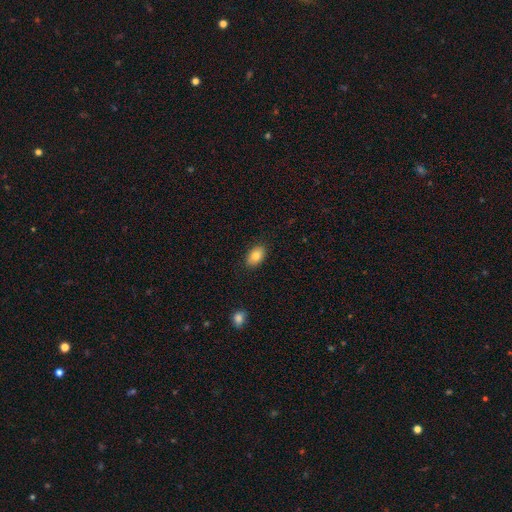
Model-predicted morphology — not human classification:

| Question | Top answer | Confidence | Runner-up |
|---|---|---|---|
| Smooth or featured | smooth | 82% | featured or disk (10%) |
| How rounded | in between | 90% | round (8%) |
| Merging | none | 87% | minor disturbance (10%) |